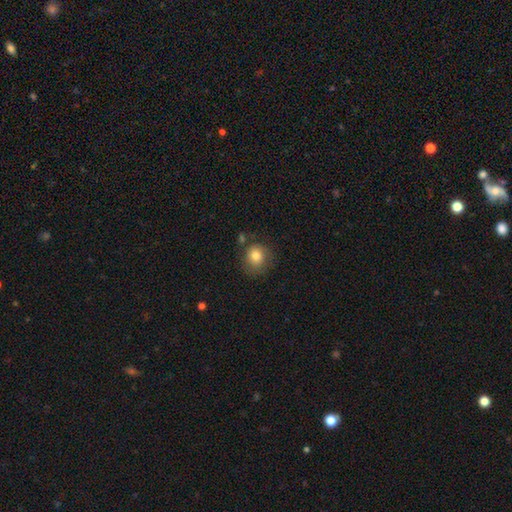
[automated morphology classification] Overall: smooth (81%). How rounded: round (80%). Merging: none (68%).